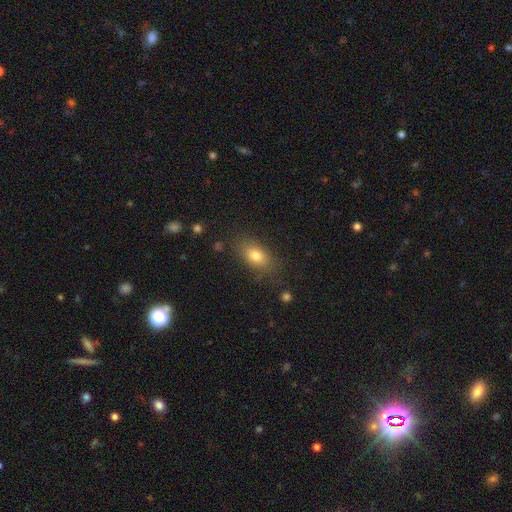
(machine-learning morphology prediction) Smooth or featured: smooth — 78% (featured or disk — 12%)
How rounded: in between — 82% (round — 11%)
Merging: none — 80% (minor disturbance — 14%)